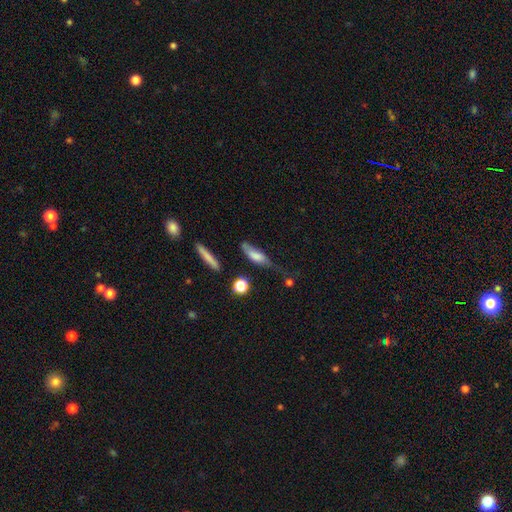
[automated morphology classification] Smooth or featured? smooth (69%)
How rounded? cigar-shaped (49%)
Merging? minor disturbance (35%)